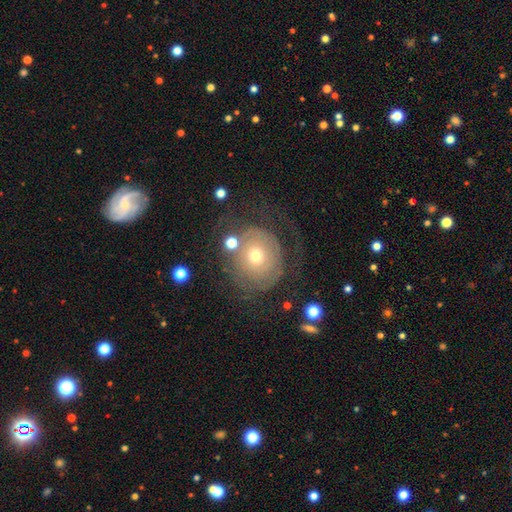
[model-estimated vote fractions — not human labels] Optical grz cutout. It shows a featured or disk galaxy (56%) with no bar (87%), spiral arms (64%) and a small central bulge (59%). Merging: none (52%).